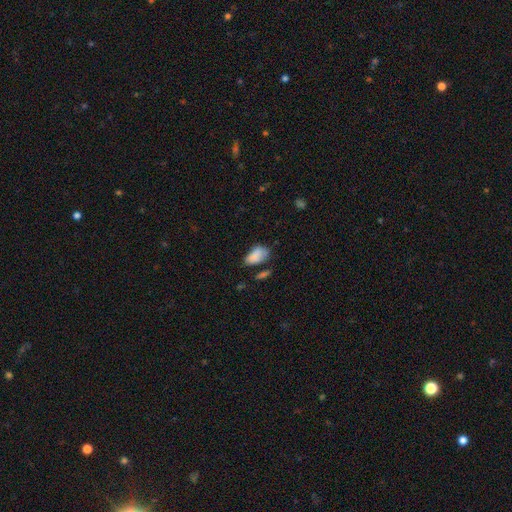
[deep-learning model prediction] Smooth or featured: smooth — 81% (featured or disk — 10%)
How rounded: in between — 91% (round — 6%)
Merging: none — 41% (minor disturbance — 33%)